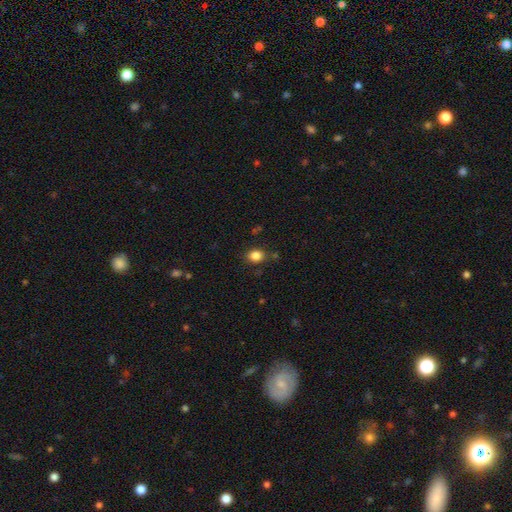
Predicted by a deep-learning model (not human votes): Q: Smooth or featured?
A: smooth (84%); runner-up: star or artifact (11%)
Q: How rounded?
A: round (50%); runner-up: in between (49%)
Q: Merging?
A: none (81%); runner-up: minor disturbance (13%)